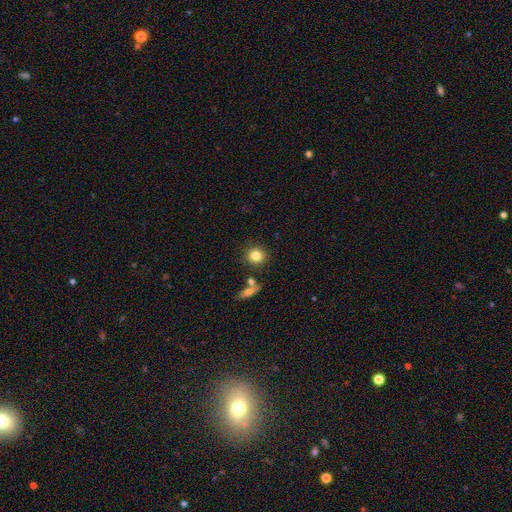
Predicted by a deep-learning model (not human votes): This is clearly a smooth galaxy (82%). How rounded: clearly round (87%). Merging: clearly none (81%).